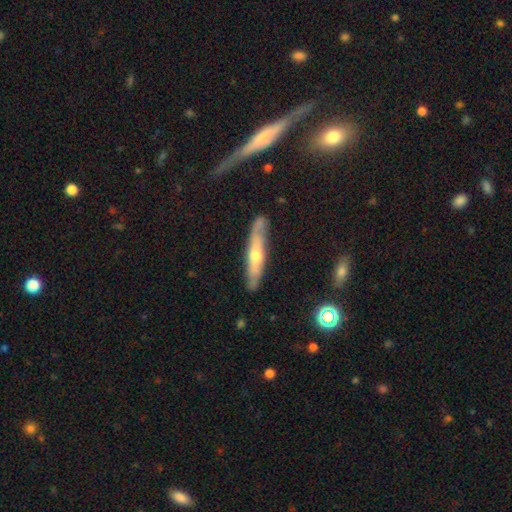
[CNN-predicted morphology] featured or disk 56%, smooth 38%, star or artifact 6%. Down the decision tree: edge-on disk — yes (73%); merging — none (79%).